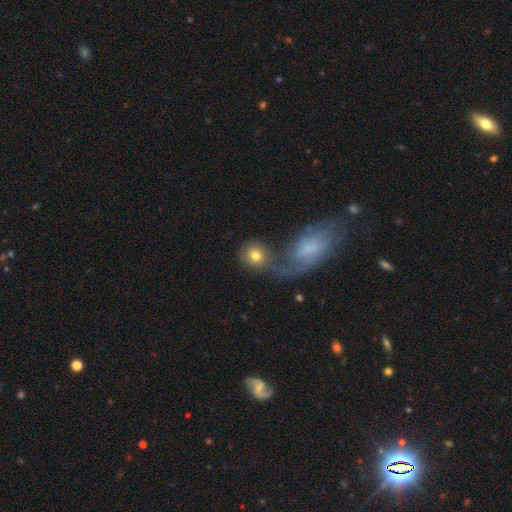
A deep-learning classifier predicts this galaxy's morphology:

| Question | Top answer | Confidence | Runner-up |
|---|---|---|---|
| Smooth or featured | smooth | 74% | featured or disk (18%) |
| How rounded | round | 78% | in between (20%) |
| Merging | none | 49% | merger (29%) |